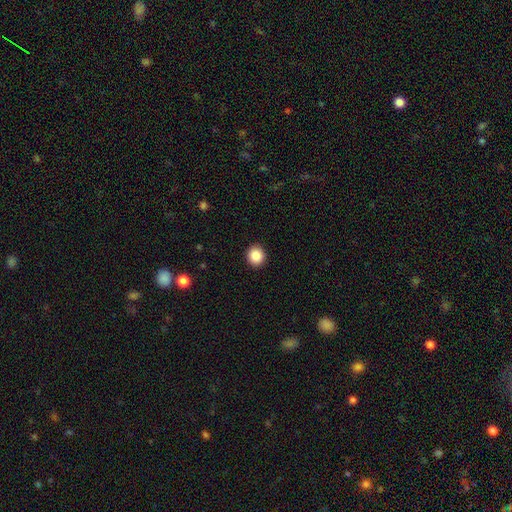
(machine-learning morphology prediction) Smooth or featured? smooth (86%)
How rounded? round (88%)
Merging? none (93%)